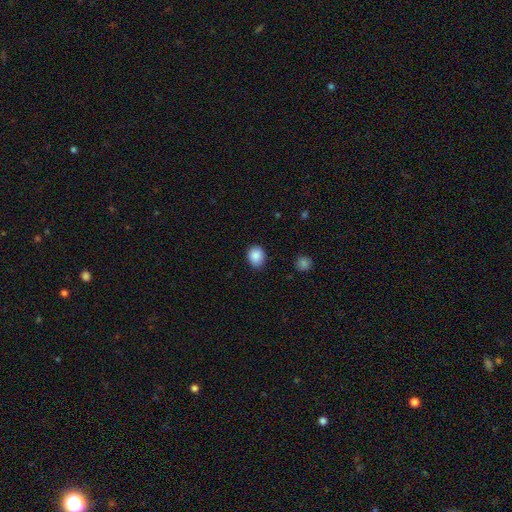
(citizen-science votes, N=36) smooth-or-featured: smooth: 97% | featured or disk: 3% | star or artifact: 0%
  how-rounded: round: 57% | in between: 43% | cigar-shaped: 0%
  merging: none: 69% | minor disturbance: 25% | major disturbance: 3% | merger: 3%